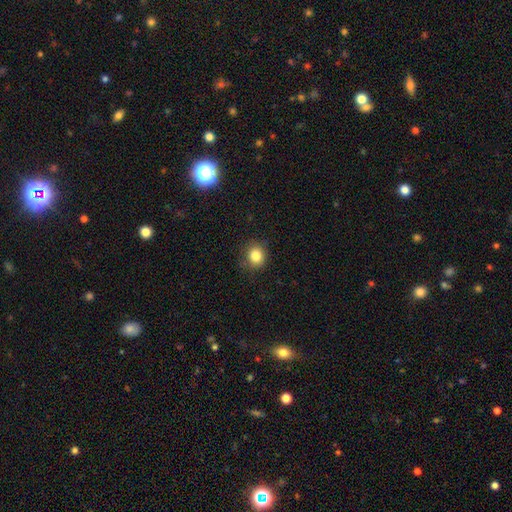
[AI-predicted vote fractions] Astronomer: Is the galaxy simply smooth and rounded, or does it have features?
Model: smooth — 83%.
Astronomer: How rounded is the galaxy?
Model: round — 81%.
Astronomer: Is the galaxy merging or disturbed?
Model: none — 83%.